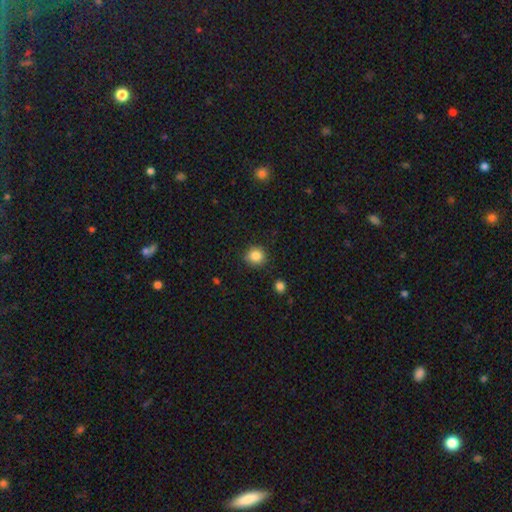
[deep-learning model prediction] smooth_or_featured: smooth (p=0.85) [alt: star or artifact p=0.11]
how_rounded: round (p=0.88) [alt: in between p=0.11]
merging: none (p=0.86) [alt: minor disturbance p=0.10]